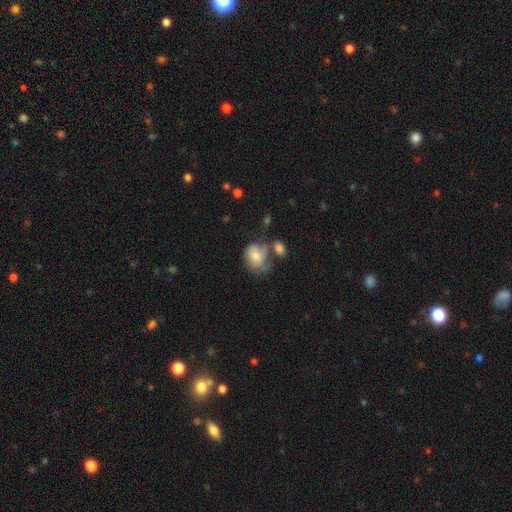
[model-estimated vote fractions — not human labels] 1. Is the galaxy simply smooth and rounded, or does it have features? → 64% smooth, 28% featured or disk, 8% star or artifact.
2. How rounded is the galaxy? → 51% in between, 48% round, 1% cigar-shaped.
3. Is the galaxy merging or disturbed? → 26% merger (tied), 26% none (tied), 25% minor disturbance, 23% major disturbance.